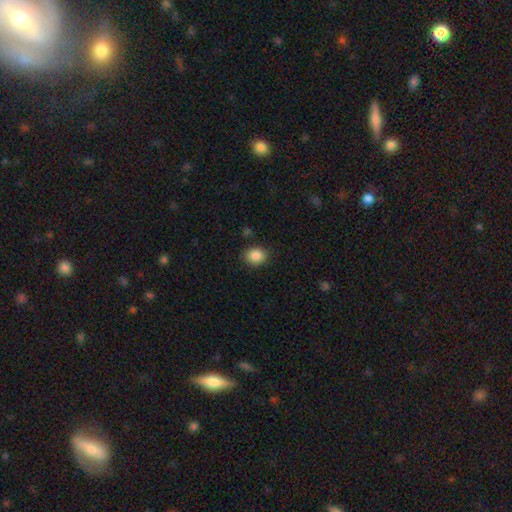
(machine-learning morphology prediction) Smooth or featured? Predicted: smooth (p=0.87). How rounded? Predicted: round (p=0.51). Merging? Predicted: none (p=0.86).